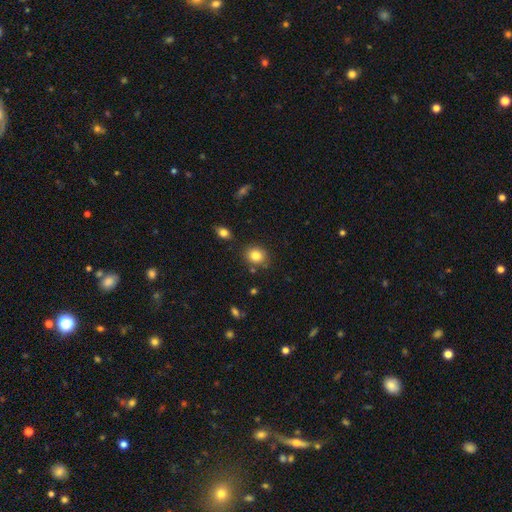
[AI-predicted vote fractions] A smooth galaxy with no disk features (82%) that is round (70%). Merging: none (81%).